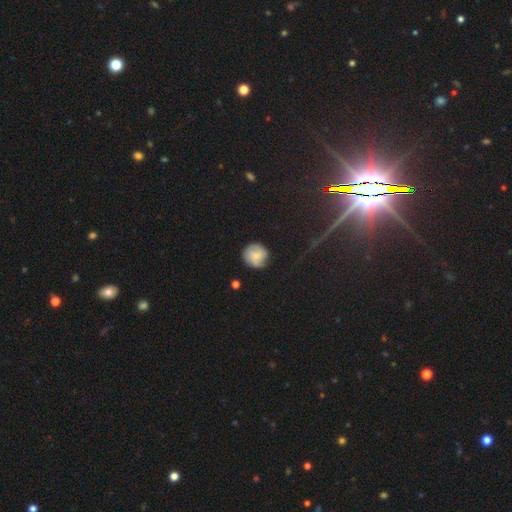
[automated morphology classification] The model was most divided on "smooth or featured": smooth: 67%, featured or disk: 24%, star or artifact: 9%. More confident: how rounded — round (91%); merging — none (76%).